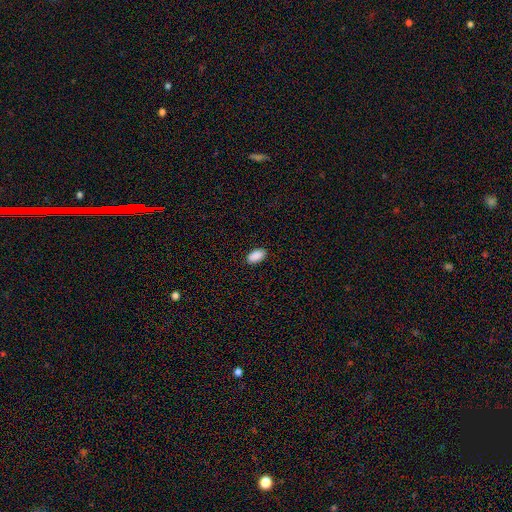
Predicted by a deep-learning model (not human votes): smooth-or-featured: smooth: 90% | star or artifact: 7% | featured or disk: 3%
  how-rounded: in between: 94% | round: 4% | cigar-shaped: 2%
  merging: none: 89% | minor disturbance: 8% | major disturbance: 2% | merger: 1%